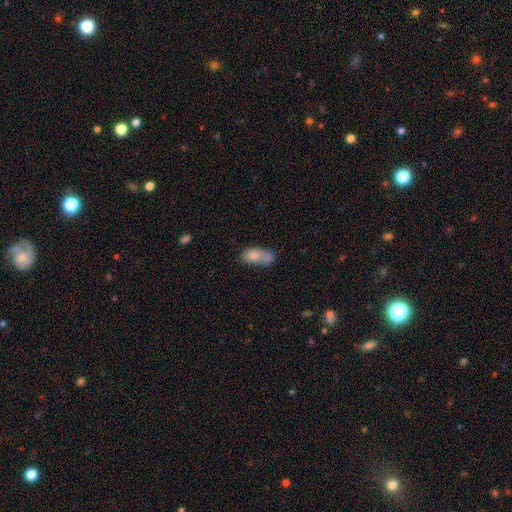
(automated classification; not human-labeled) Smooth or featured? smooth (77%)
How rounded? in between (84%)
Merging? merger (59%)